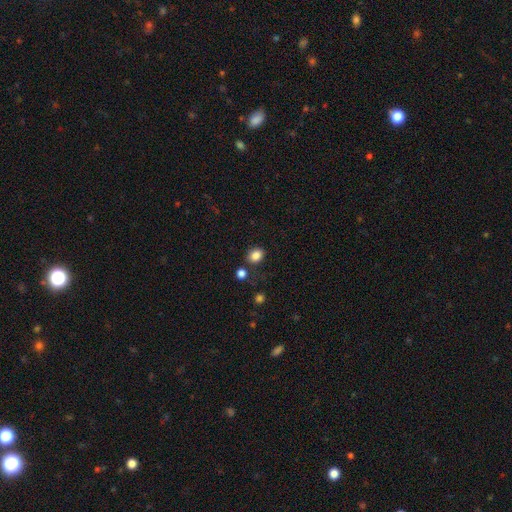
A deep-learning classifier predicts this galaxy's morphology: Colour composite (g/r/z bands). It shows a smooth galaxy with no disk features (84%) that is in between round and cigar-shaped (51%). Merging: none (76%).